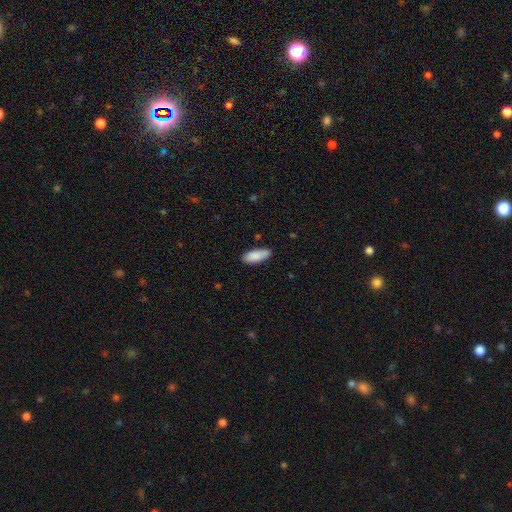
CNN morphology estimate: Overall: smooth (89%). How rounded: in between (75%). Merging: none (85%).